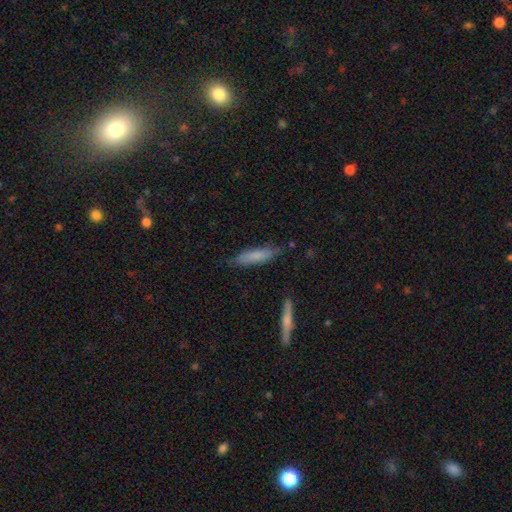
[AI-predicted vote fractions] smooth 76%, featured or disk 18%, star or artifact 6%. Down the decision tree: how rounded — cigar-shaped (76%); merging — none (77%).